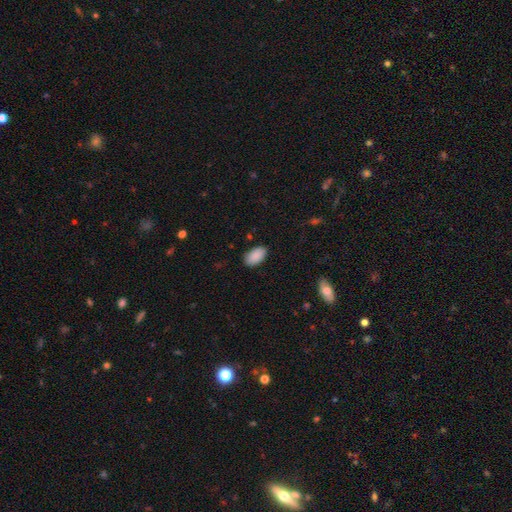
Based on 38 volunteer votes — smooth 84%, featured or disk 8%, star or artifact 8%. Down the decision tree: how rounded — in between (94%); merging — none (83%).